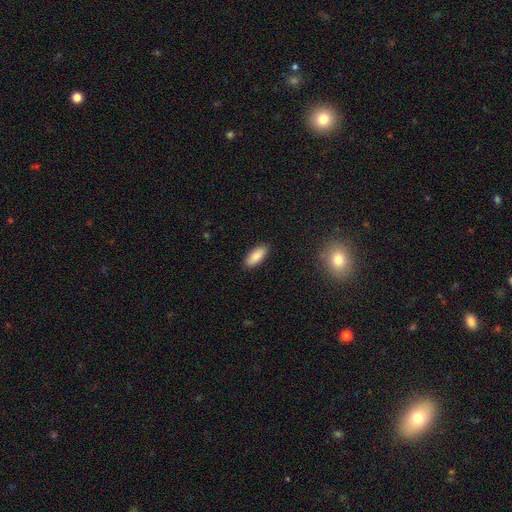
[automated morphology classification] smooth 87%, star or artifact 7%, featured or disk 6%. Down the decision tree: how rounded — in between (85%); merging — none (88%).